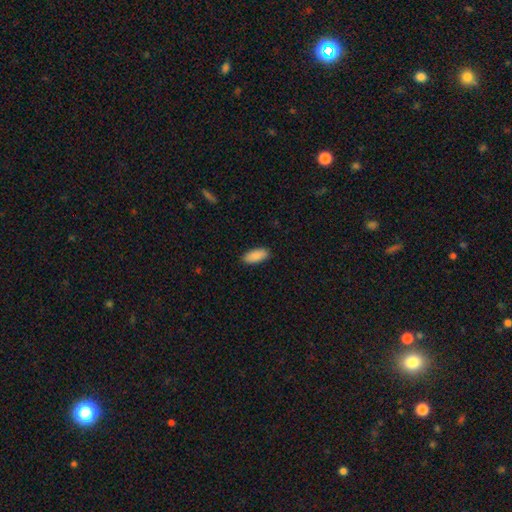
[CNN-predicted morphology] A smooth galaxy with no disk features (91%) that is in between round and cigar-shaped (87%).

Vote fractions:
- Smooth or featured? smooth: 91% / star or artifact: 6% / featured or disk: 3%
- How rounded? in between: 87% / cigar-shaped: 12% / round: 2%
- Merging? none: 90% / minor disturbance: 8% / major disturbance: 2% / merger: 1%